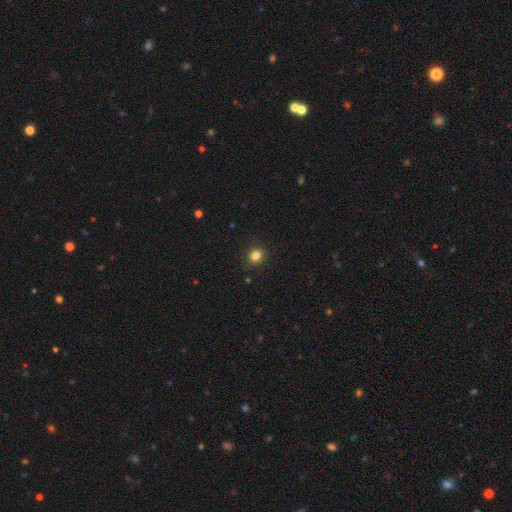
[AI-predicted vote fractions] smooth 83%, star or artifact 12%, featured or disk 5%. Down the decision tree: how rounded — round (78%); merging — none (89%).